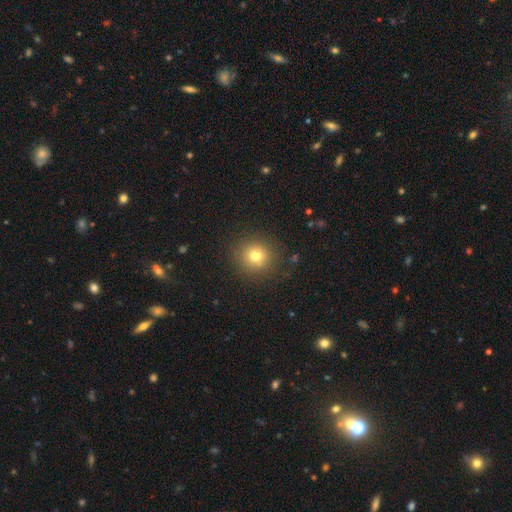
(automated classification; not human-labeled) This is likely a smooth galaxy (75%). How rounded: clearly round (92%). Merging: clearly none (87%).